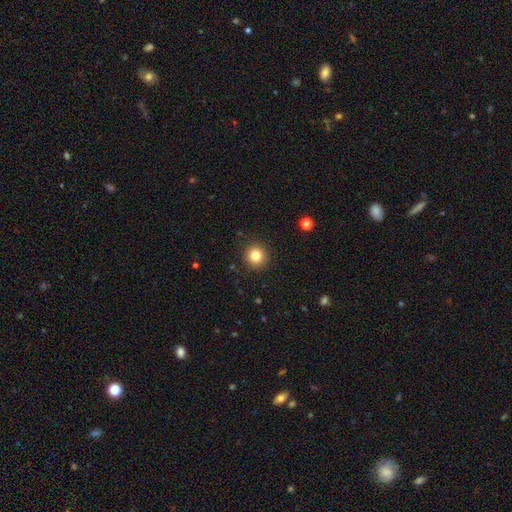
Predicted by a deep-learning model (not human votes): Overall: smooth (82%). How rounded: round (93%). Merging: none (91%).